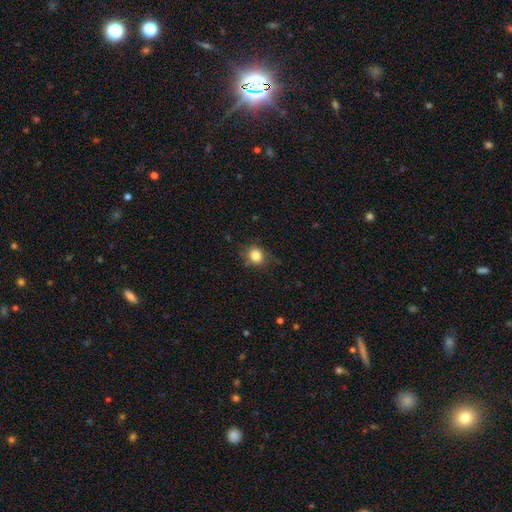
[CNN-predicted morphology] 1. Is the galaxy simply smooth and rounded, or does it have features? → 83% smooth, 10% star or artifact, 7% featured or disk.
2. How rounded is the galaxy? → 73% round, 26% in between, 1% cigar-shaped.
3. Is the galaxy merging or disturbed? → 76% none, 18% minor disturbance, 5% major disturbance, 1% merger.